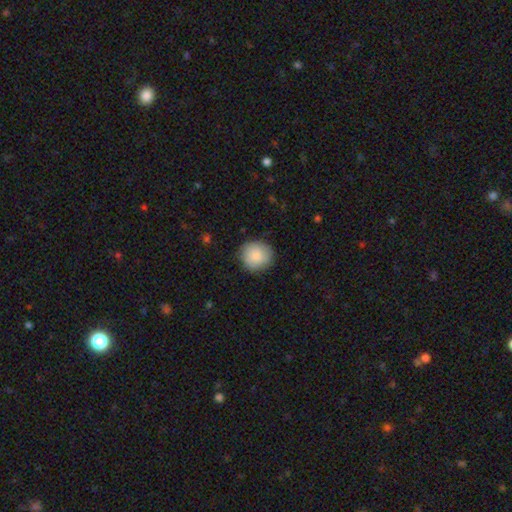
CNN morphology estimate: Smooth or featured? smooth (86%)
How rounded? round (91%)
Merging? none (87%)